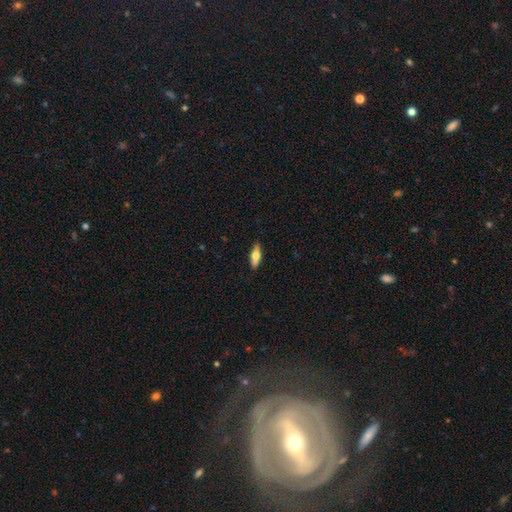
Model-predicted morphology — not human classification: Smooth or featured? smooth (50%)
Merging? none (87%)